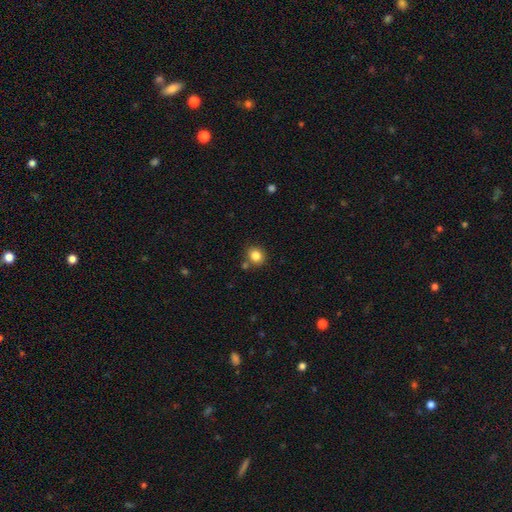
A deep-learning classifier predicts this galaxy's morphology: A smooth galaxy with no disk features (83%) that is round (75%).

Vote fractions:
- Smooth or featured? smooth: 83% / star or artifact: 11% / featured or disk: 6%
- How rounded? round: 75% / in between: 24% / cigar-shaped: 1%
- Merging? none: 78% / minor disturbance: 10% / merger: 9% / major disturbance: 3%